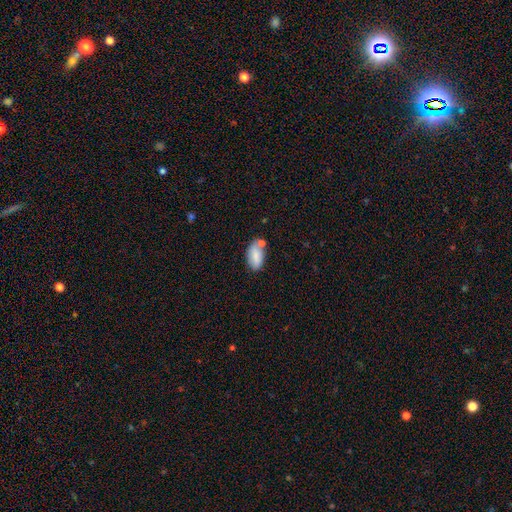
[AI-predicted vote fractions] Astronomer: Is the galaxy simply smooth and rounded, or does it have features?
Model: smooth — 80%.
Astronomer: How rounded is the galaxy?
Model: in between — 93%.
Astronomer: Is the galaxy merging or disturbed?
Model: none — 60%.